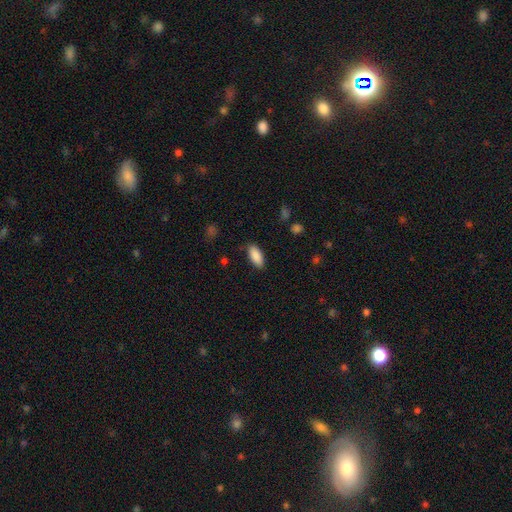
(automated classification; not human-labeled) Morphology: type=smooth (89%); roundness=in between (87%); merging=none (86%).